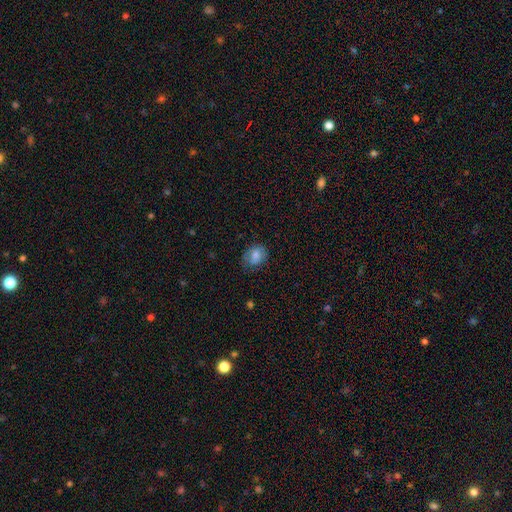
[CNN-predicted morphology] Smooth or featured: smooth — 72% (featured or disk — 20%)
How rounded: in between — 56% (round — 43%)
Merging: none — 62% (minor disturbance — 26%)